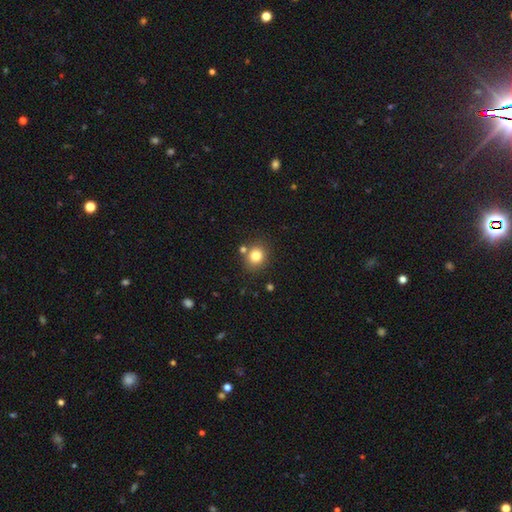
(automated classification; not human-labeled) The model was most divided on "how rounded": round: 76%, in between: 23%, cigar-shaped: 1%. More confident: smooth or featured — smooth (80%); merging — none (79%).